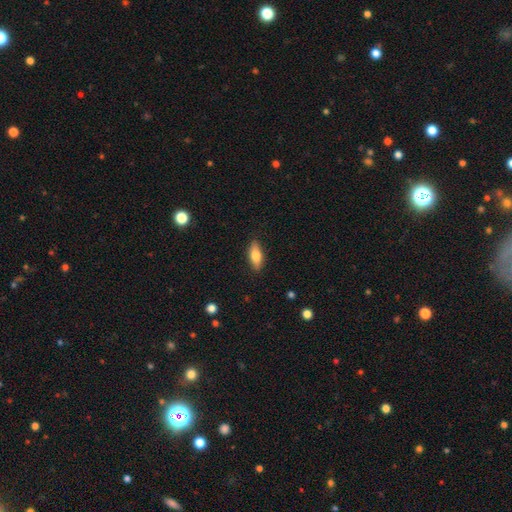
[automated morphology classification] type=smooth (72%); roundness=in between (77%); merging=none (87%).